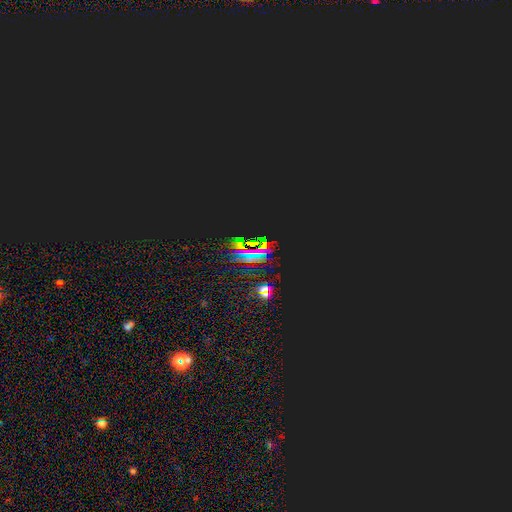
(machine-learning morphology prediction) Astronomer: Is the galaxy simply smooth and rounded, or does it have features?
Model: star or artifact — 78%.